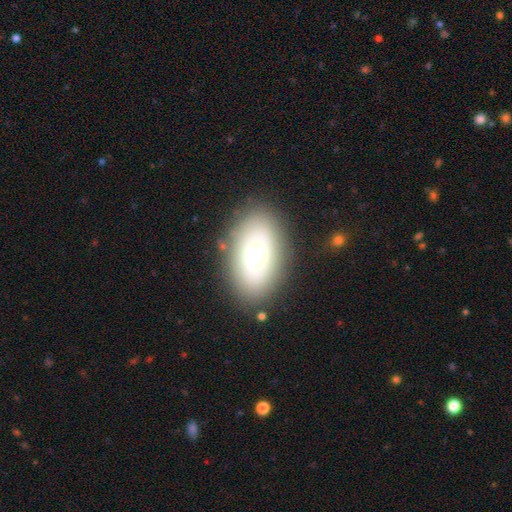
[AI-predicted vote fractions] Morphology: type=smooth (52%); roundness=in between (79%); merging=none (83%).